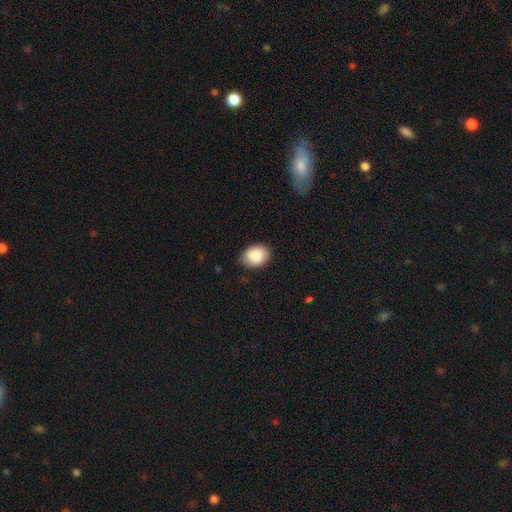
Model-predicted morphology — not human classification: Q: Smooth or featured?
A: smooth (88%); runner-up: star or artifact (7%)
Q: How rounded?
A: in between (68%); runner-up: round (31%)
Q: Merging?
A: none (80%); runner-up: minor disturbance (16%)